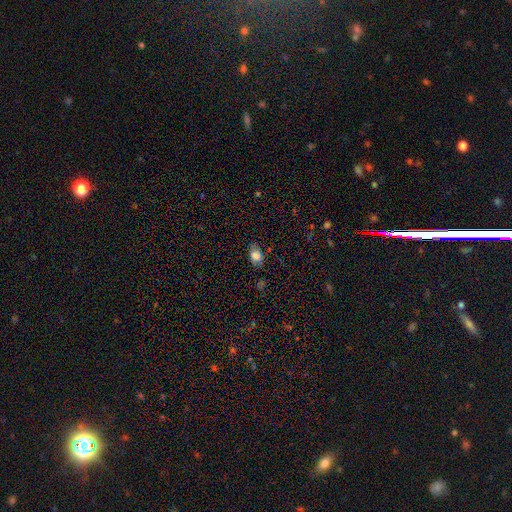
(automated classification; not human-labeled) The model was most divided on "merging": none: 74%, minor disturbance: 20%, major disturbance: 5%, merger: 2%. More confident: smooth or featured — smooth (78%); how rounded — in between (78%).